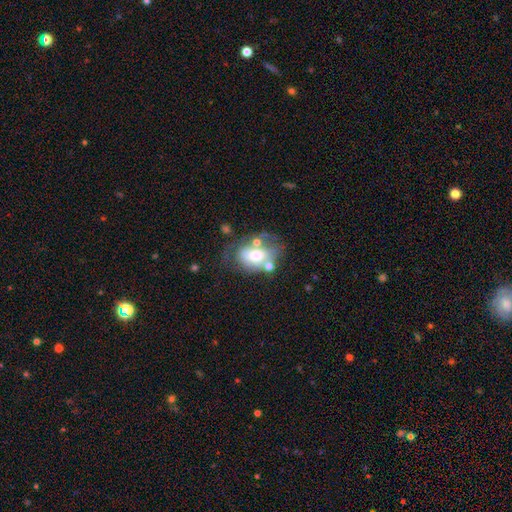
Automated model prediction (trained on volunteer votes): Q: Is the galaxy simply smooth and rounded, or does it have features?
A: smooth — 53%.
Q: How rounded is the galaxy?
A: in between — 76%.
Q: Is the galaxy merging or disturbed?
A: none — 36%.